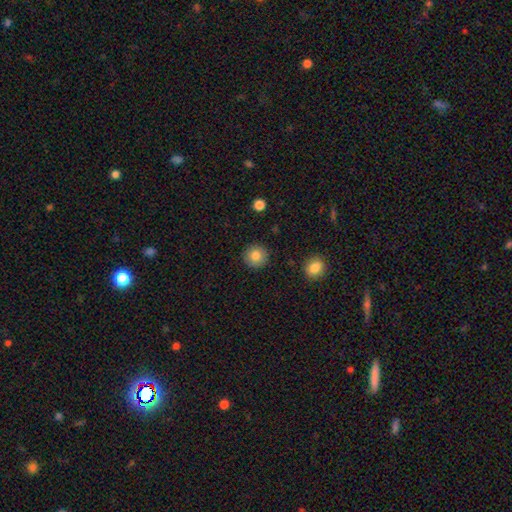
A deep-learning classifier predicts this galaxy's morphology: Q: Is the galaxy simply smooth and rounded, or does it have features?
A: smooth — 84%.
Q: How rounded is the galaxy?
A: round — 94%.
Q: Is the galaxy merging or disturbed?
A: none — 91%.